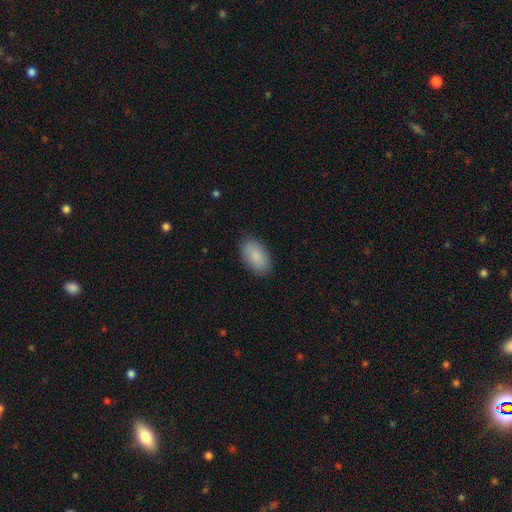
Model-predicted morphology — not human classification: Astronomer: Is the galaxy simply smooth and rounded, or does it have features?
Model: smooth — 87%.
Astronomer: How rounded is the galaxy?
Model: in between — 94%.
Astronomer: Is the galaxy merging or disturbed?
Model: none — 86%.